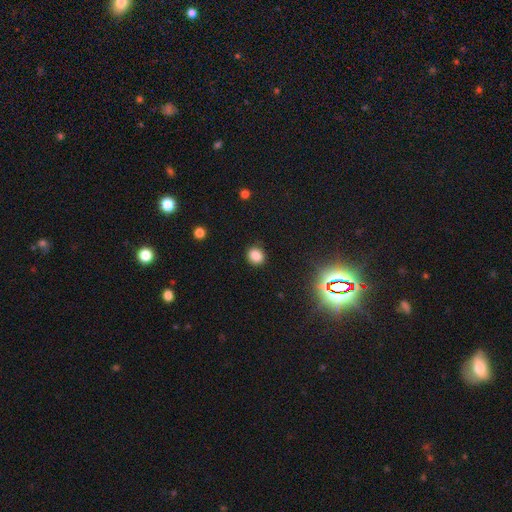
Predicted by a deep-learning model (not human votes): This is clearly a smooth galaxy (84%). How rounded: likely round (80%). Merging: clearly none (89%).